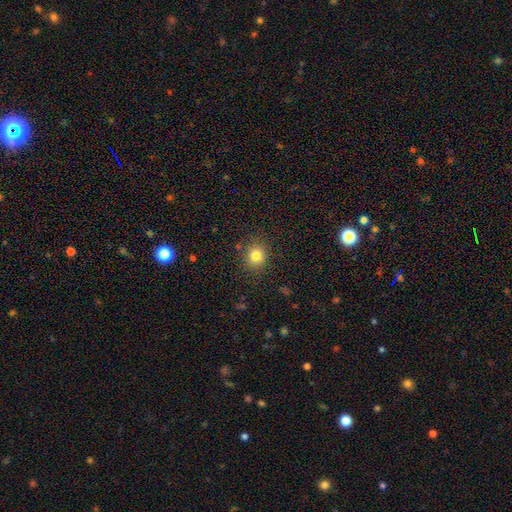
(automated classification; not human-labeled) The model was most divided on "how rounded": round: 80%, in between: 20%, cigar-shaped: 1%. More confident: merging — none (86%); smooth or featured — smooth (80%).